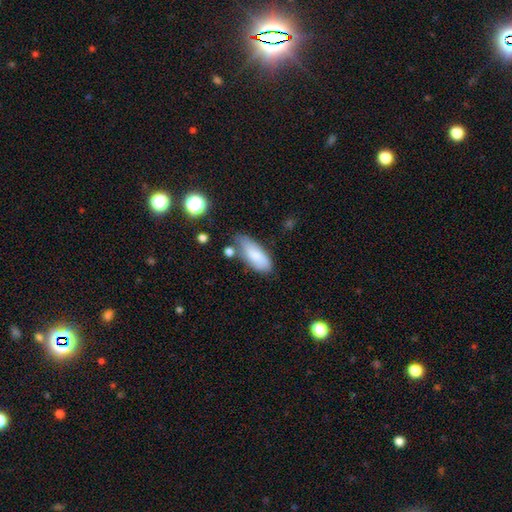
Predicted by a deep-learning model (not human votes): The model was most divided on "merging": none: 54%, minor disturbance: 29%, merger: 9%, major disturbance: 8%. More confident: smooth or featured — smooth (78%); how rounded — in between (77%).